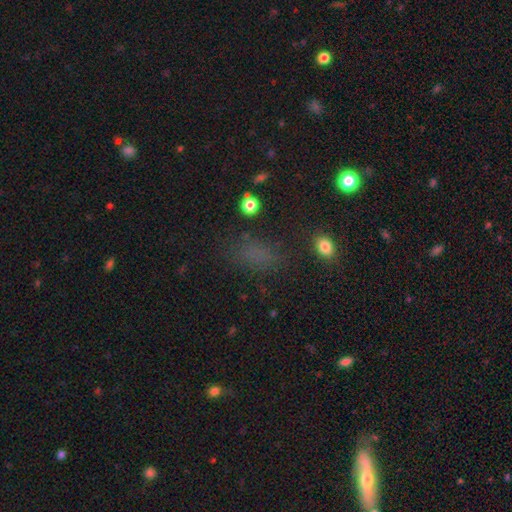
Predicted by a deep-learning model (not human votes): smooth-or-featured: smooth: 65% | star or artifact: 27% | featured or disk: 8%
  how-rounded: in between: 76% | round: 14% | cigar-shaped: 9%
  merging: none: 75% | minor disturbance: 14% | major disturbance: 8% | merger: 3%